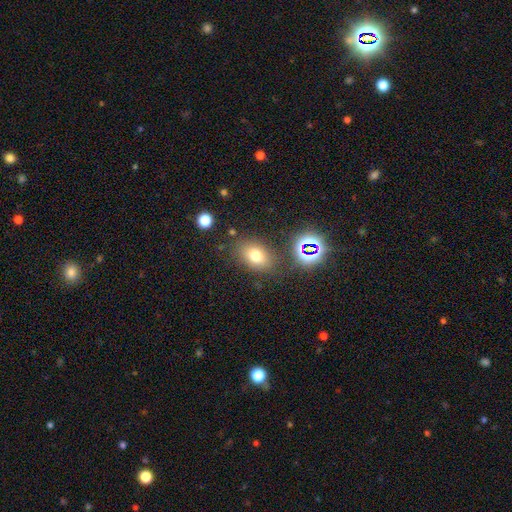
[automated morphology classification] Q: Smooth or featured?
A: smooth (72%); runner-up: star or artifact (17%)
Q: How rounded?
A: in between (70%); runner-up: round (28%)
Q: Merging?
A: none (79%); runner-up: minor disturbance (12%)